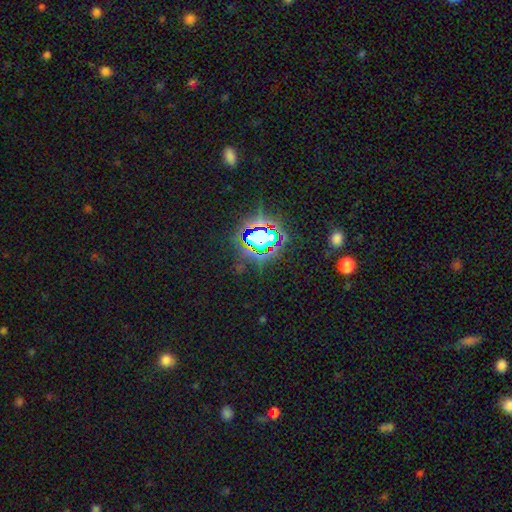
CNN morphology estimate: Overall: star or artifact (82%).